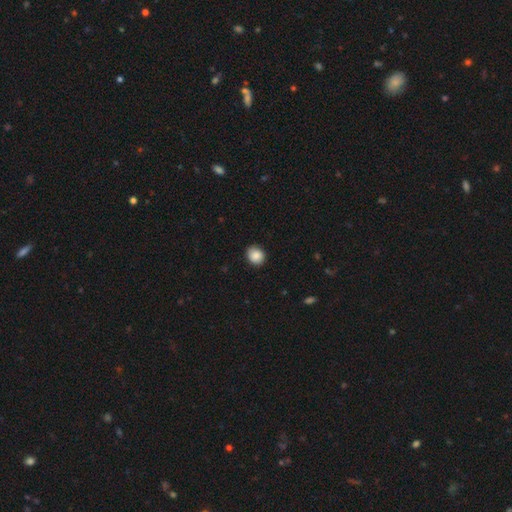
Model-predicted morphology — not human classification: This is clearly a smooth galaxy (87%). How rounded: likely round (72%). Merging: clearly none (87%).